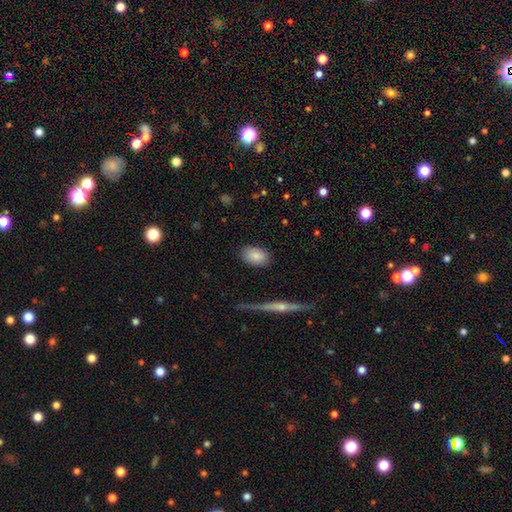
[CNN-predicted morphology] This is clearly a smooth galaxy (85%). How rounded: clearly in between (89%). Merging: clearly none (85%).